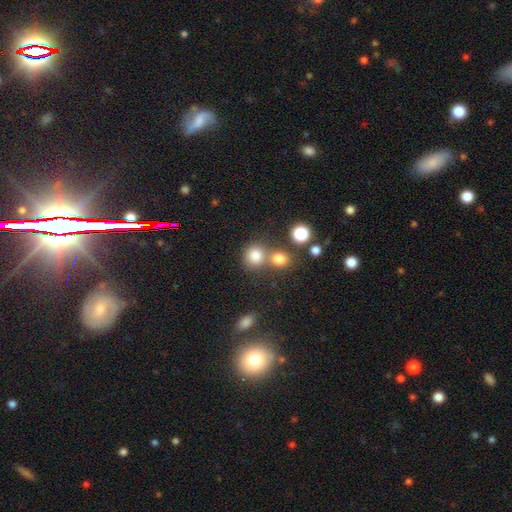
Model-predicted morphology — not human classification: The model was most divided on "merging": none: 53%, merger: 34%, minor disturbance: 8%, major disturbance: 4%. More confident: how rounded — round (84%); smooth or featured — smooth (79%).